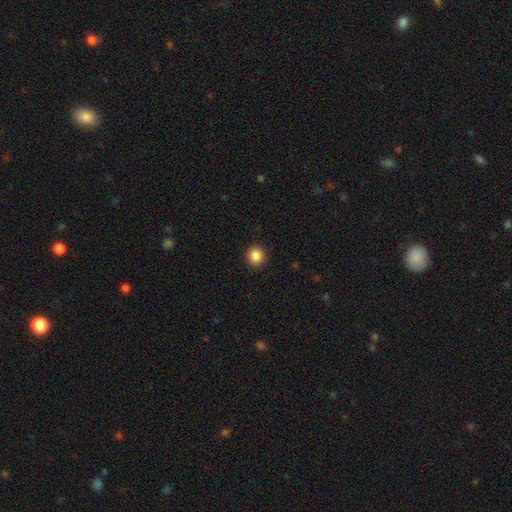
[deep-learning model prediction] This is clearly a smooth galaxy (87%). How rounded: clearly round (93%). Merging: clearly none (93%).